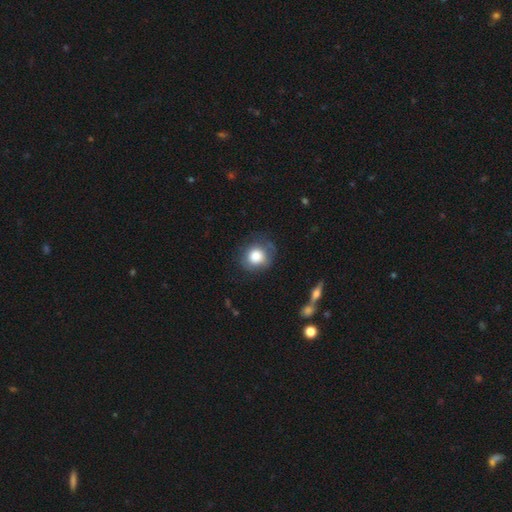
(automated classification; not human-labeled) smooth_or_featured: smooth (p=0.80) [alt: featured or disk p=0.12]
how_rounded: round (p=0.84) [alt: in between p=0.15]
merging: none (p=0.70) [alt: minor disturbance p=0.20]